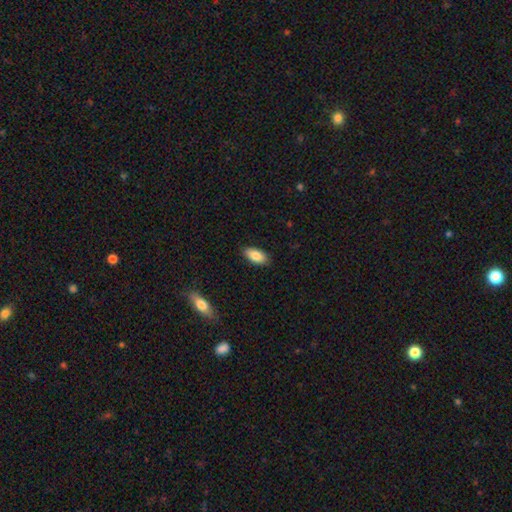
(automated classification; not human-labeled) A smooth galaxy with no disk features (85%) that is in between round and cigar-shaped (92%).

Vote fractions:
- Smooth or featured? smooth: 85% / featured or disk: 8% / star or artifact: 7%
- How rounded? in between: 92% / cigar-shaped: 6% / round: 2%
- Merging? none: 87% / minor disturbance: 10% / major disturbance: 2% / merger: 1%